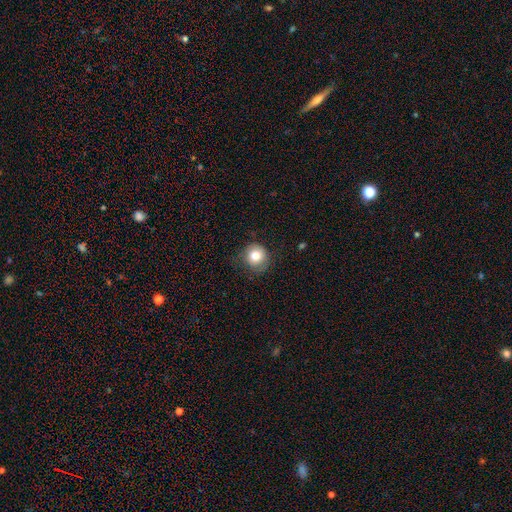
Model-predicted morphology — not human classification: Smooth or featured? Predicted: smooth (p=0.79). How rounded? Predicted: round (p=0.90). Merging? Predicted: none (p=0.74).